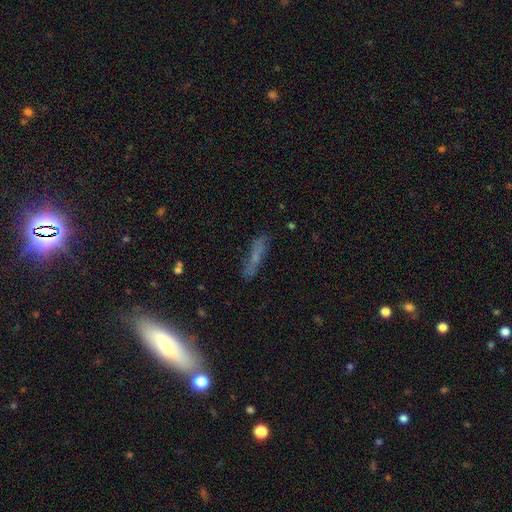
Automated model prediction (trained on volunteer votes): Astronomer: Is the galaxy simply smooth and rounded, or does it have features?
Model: smooth — 50% (runner-up: featured or disk, 37%).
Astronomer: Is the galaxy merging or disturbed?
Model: none — 71%.